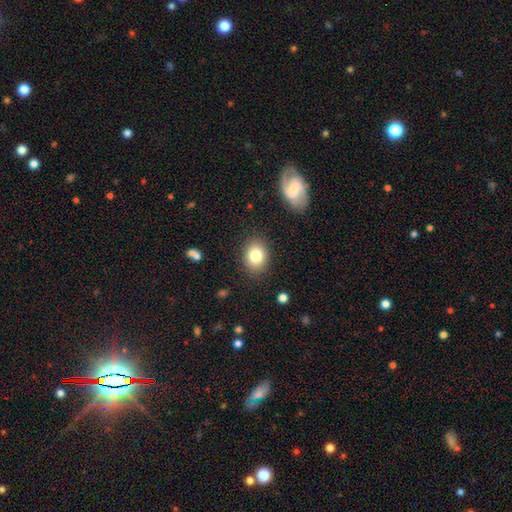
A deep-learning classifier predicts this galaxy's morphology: A smooth galaxy with no disk features (82%) that is in between round and cigar-shaped (54%).

Vote fractions:
- Smooth or featured? smooth: 82% / star or artifact: 9% / featured or disk: 9%
- How rounded? in between: 54% / round: 45% / cigar-shaped: 1%
- Merging? none: 86% / minor disturbance: 10% / major disturbance: 3% / merger: 1%